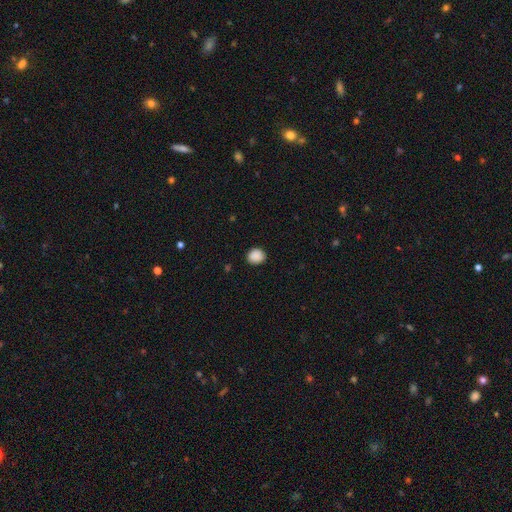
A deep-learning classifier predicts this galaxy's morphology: This appears to be a smooth galaxy with no disk features (89%) that is round (80%). Merging: none (89%).